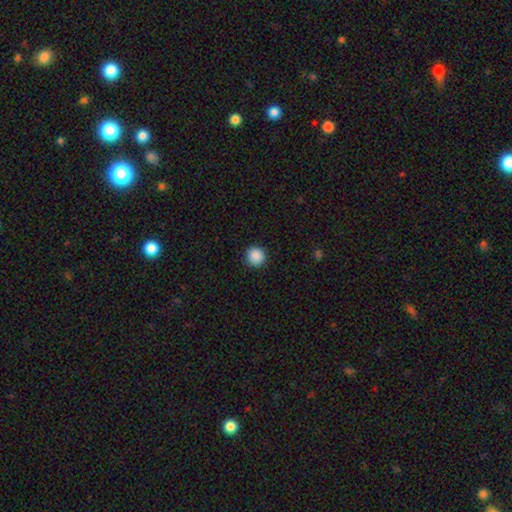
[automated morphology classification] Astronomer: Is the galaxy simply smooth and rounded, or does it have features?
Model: smooth — 89%.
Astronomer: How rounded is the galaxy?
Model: round — 95%.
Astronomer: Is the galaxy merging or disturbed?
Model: none — 92%.